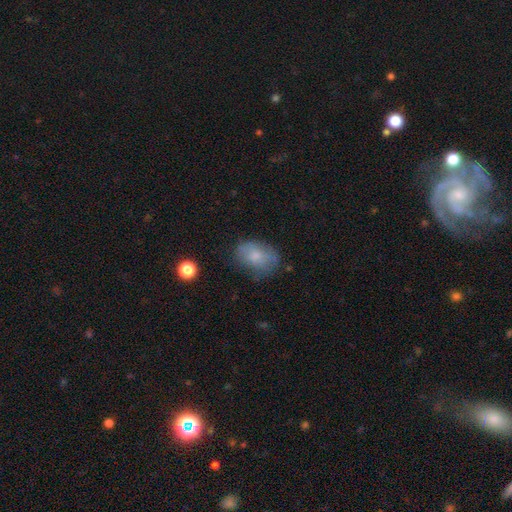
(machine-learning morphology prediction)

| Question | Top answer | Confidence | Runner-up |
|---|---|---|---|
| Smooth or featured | smooth | 74% | featured or disk (18%) |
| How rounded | in between | 81% | round (18%) |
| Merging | none | 64% | minor disturbance (26%) |